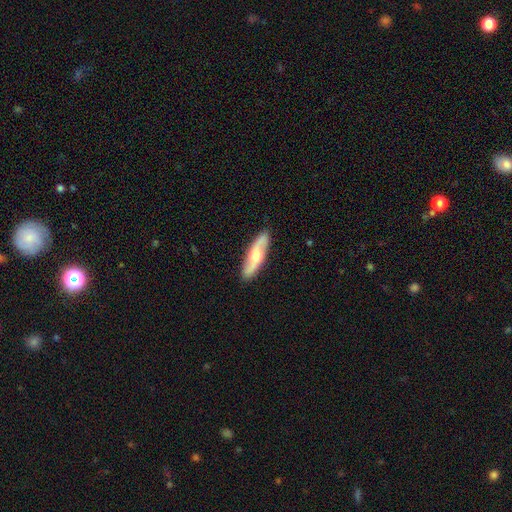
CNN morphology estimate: The model was most divided on "smooth or featured": featured or disk: 59%, smooth: 36%, star or artifact: 5%. More confident: merging — none (87%); edge-on disk — no (65%).